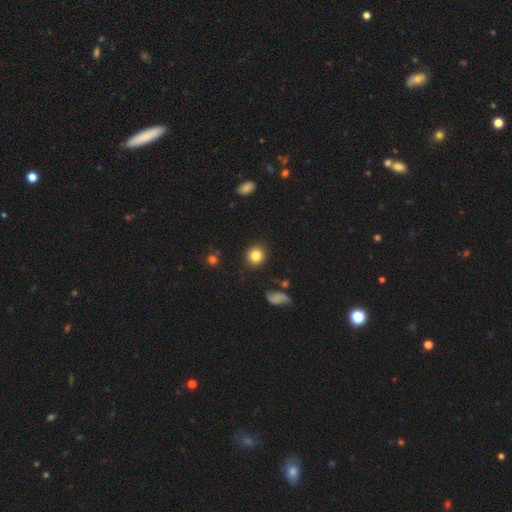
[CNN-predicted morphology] Smooth or featured: smooth — 82% (star or artifact — 10%)
How rounded: round — 83% (in between — 16%)
Merging: none — 88% (minor disturbance — 8%)